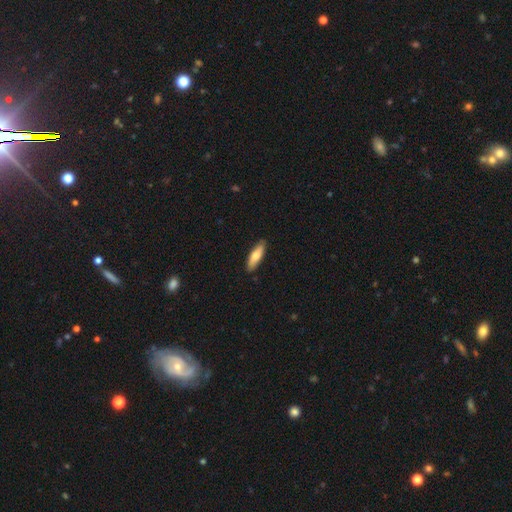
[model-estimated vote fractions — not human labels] The model was most divided on "how rounded": cigar-shaped: 50%, in between: 48%, round: 2%. More confident: merging — none (87%); smooth or featured — smooth (74%).